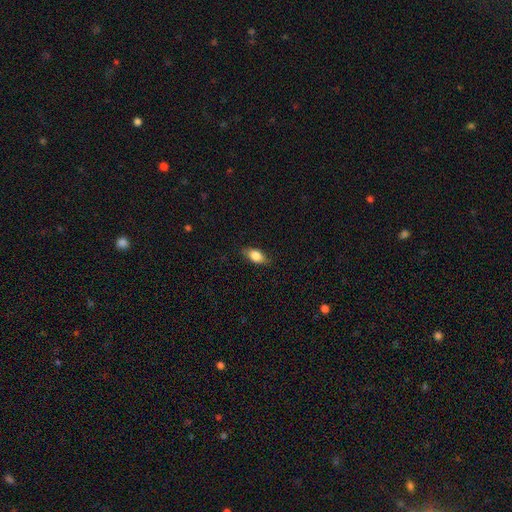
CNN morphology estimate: Smooth or featured?
  - smooth: 79% *
  - featured or disk: 14%
  - star or artifact: 7%
How rounded?
  - in between: 84% *
  - cigar-shaped: 8%
  - round: 8%
Merging?
  - none: 82% *
  - minor disturbance: 14%
  - major disturbance: 3%
  - merger: 1%